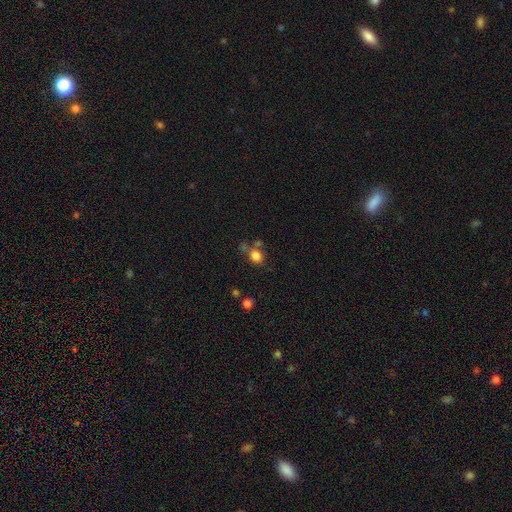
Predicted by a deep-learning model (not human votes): Smooth or featured? Predicted: smooth (p=0.80). How rounded? Predicted: round (p=0.73). Merging? Predicted: none (p=0.58).